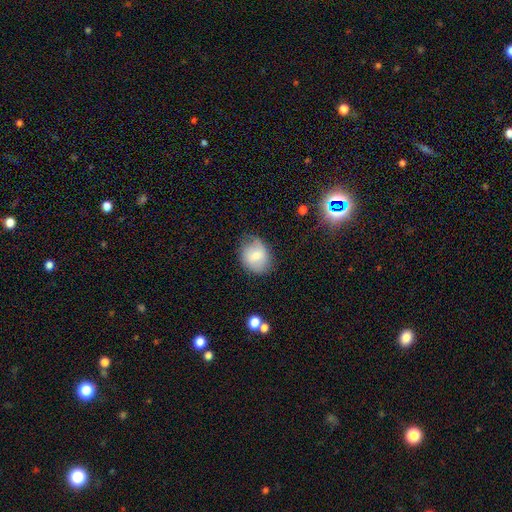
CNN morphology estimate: Smooth or featured?
  - smooth: 72% *
  - featured or disk: 20%
  - star or artifact: 8%
How rounded?
  - round: 56% *
  - in between: 43%
  - cigar-shaped: 1%
Merging?
  - none: 68% *
  - minor disturbance: 24%
  - major disturbance: 6%
  - merger: 2%